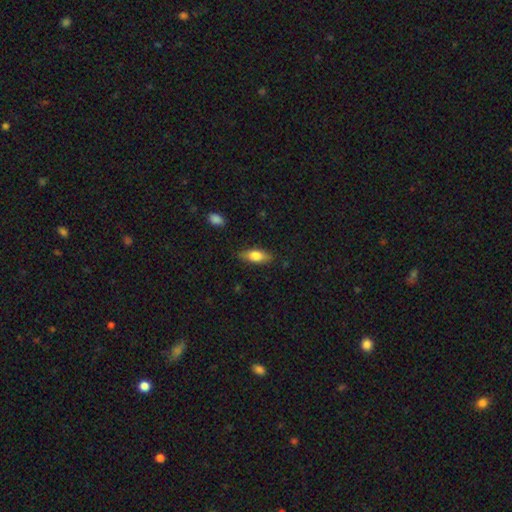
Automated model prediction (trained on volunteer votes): smooth-or-featured: smooth: 75% | featured or disk: 18% | star or artifact: 7%
  how-rounded: in between: 76% | cigar-shaped: 21% | round: 3%
  merging: none: 84% | minor disturbance: 12% | major disturbance: 3% | merger: 1%